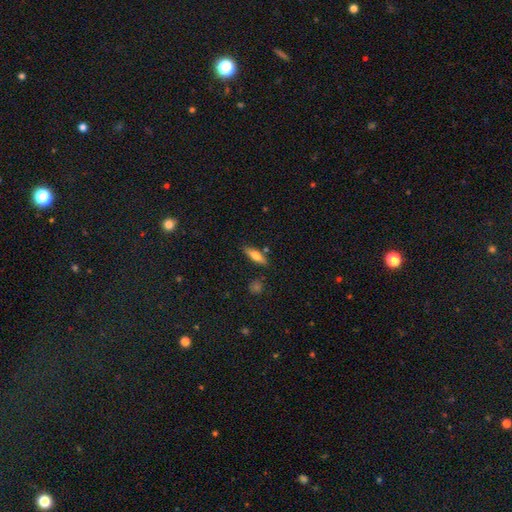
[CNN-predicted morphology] Overall: smooth (66%; featured or disk 28%). How rounded: cigar-shaped (51%; in between 46%). Merging: none (81%).